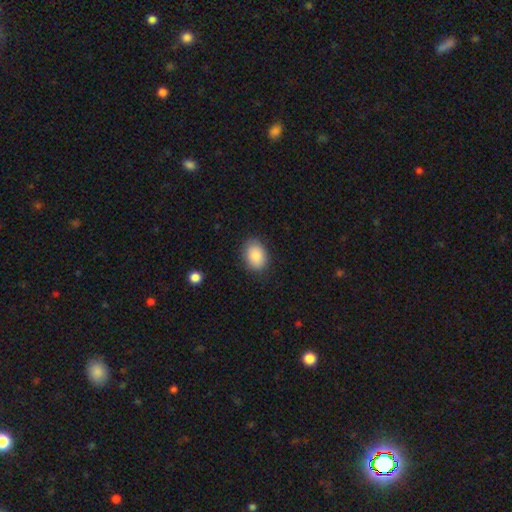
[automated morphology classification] A smooth galaxy with no disk features (88%) that is in between round and cigar-shaped (76%).

Vote fractions:
- Smooth or featured? smooth: 88% / star or artifact: 7% / featured or disk: 6%
- How rounded? in between: 76% / round: 23% / cigar-shaped: 1%
- Merging? none: 84% / minor disturbance: 12% / major disturbance: 3% / merger: 1%